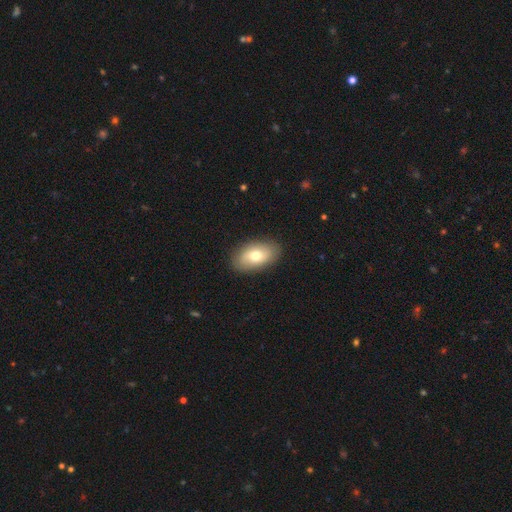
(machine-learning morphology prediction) Smooth or featured: smooth — 71% (featured or disk — 22%)
How rounded: in between — 92% (round — 6%)
Merging: none — 87% (minor disturbance — 10%)